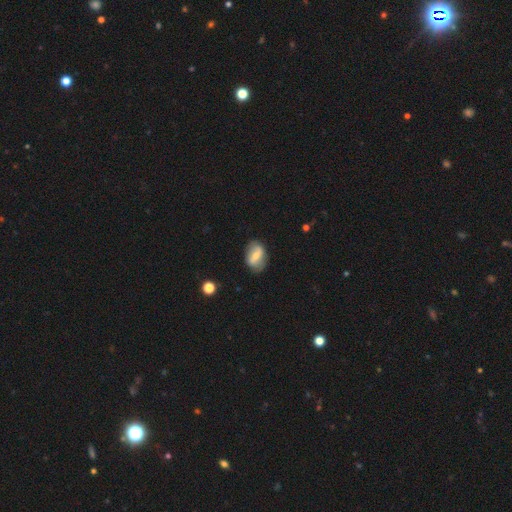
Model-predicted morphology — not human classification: A featured or disk galaxy (48%). Merging: none (77%).